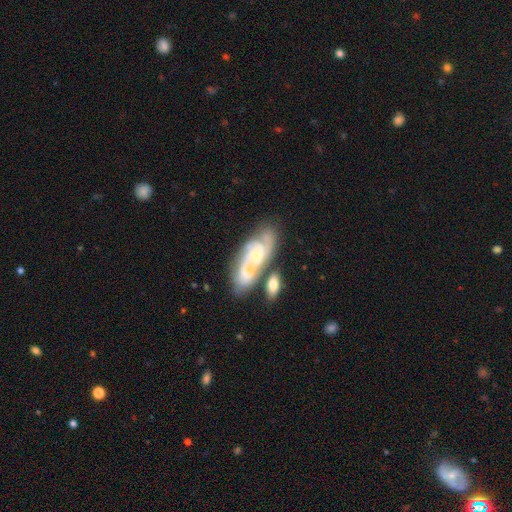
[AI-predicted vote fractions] The model was most divided on "spiral arm count": 2: 36%, can't tell: 32%, 3: 19%, 4: 5%, 1: 4%, more than 4: 3%. Remaining: edge-on disk — no (92%); spiral arms — yes (90%); smooth or featured — featured or disk (75%); bar — no (62%); spiral winding — tight (54%); bulge size — small (52%); merging — none (42%).